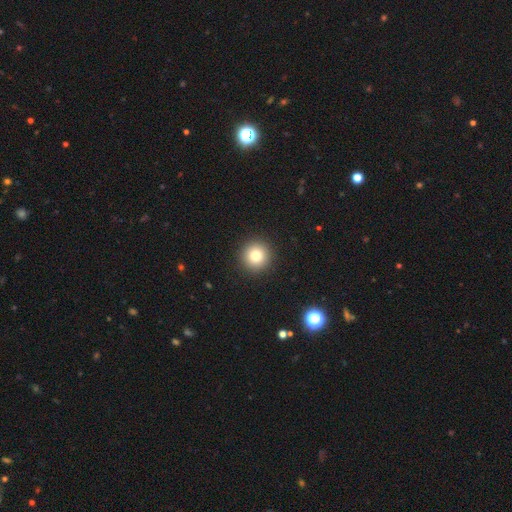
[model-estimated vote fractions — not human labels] A smooth galaxy with no disk features (79%) that is round (95%). Merging: none (92%).